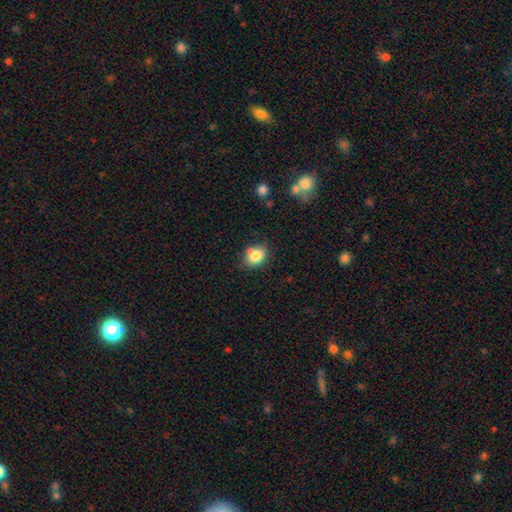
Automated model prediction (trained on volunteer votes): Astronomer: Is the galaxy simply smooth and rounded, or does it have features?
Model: smooth — 81%.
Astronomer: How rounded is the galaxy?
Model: in between — 55% (runner-up: round, 44%).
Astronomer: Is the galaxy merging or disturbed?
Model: none — 63%.